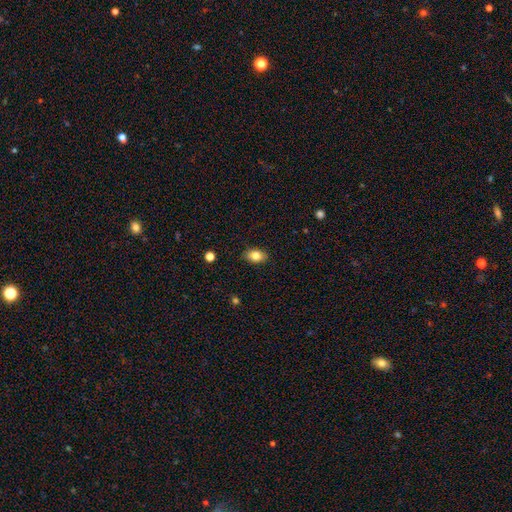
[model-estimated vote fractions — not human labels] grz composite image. It shows a smooth galaxy with no disk features (82%) that is in between round and cigar-shaped (84%). Merging: none (87%).